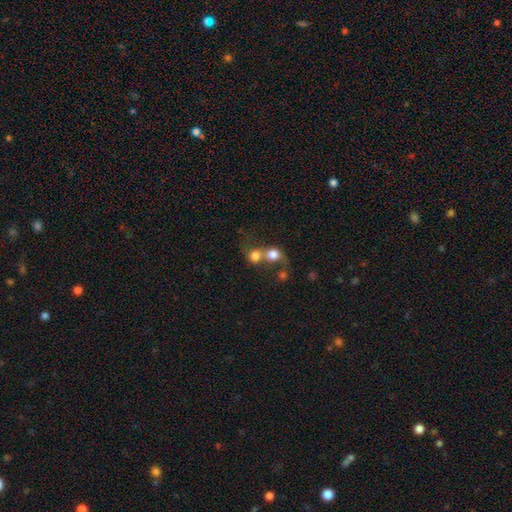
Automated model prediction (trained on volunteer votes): Smooth or featured? smooth (75%)
How rounded? round (77%)
Merging? merger (69%)